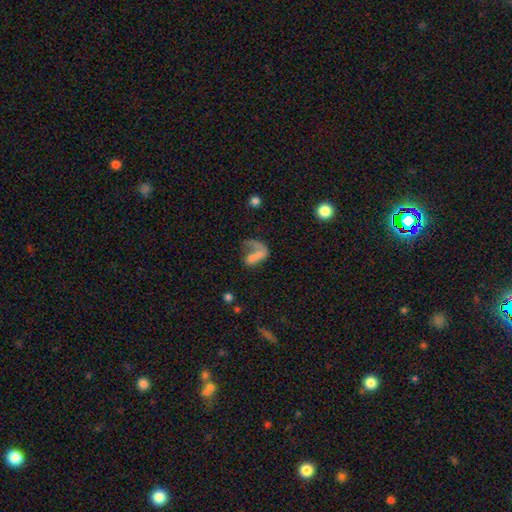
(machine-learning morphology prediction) A featured or disk galaxy (47%).

Vote fractions:
- Smooth or featured? featured or disk: 47% / smooth: 42% / star or artifact: 11%
- Merging? major disturbance: 45% / none: 22% / merger: 21% / minor disturbance: 12%